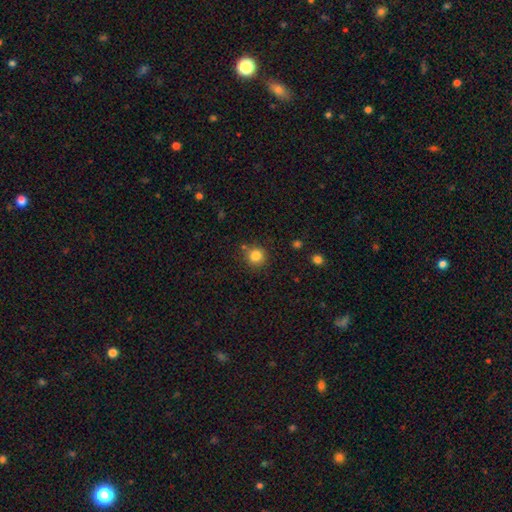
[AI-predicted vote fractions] Overall: smooth (83%). How rounded: round (93%). Merging: none (81%).